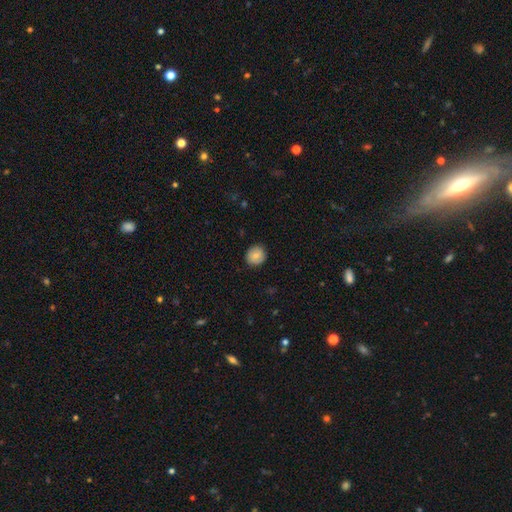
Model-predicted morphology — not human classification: Q: Smooth or featured?
A: smooth (83%); runner-up: featured or disk (10%)
Q: How rounded?
A: round (87%); runner-up: in between (12%)
Q: Merging?
A: none (88%); runner-up: minor disturbance (9%)